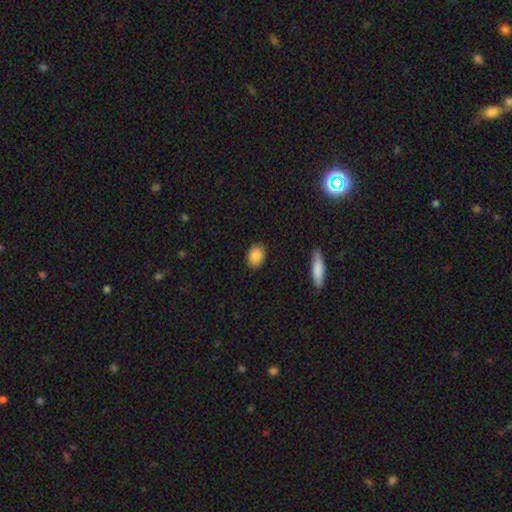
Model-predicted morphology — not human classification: Q: Smooth or featured?
A: smooth (88%); runner-up: star or artifact (8%)
Q: How rounded?
A: in between (63%); runner-up: round (36%)
Q: Merging?
A: none (87%); runner-up: minor disturbance (9%)